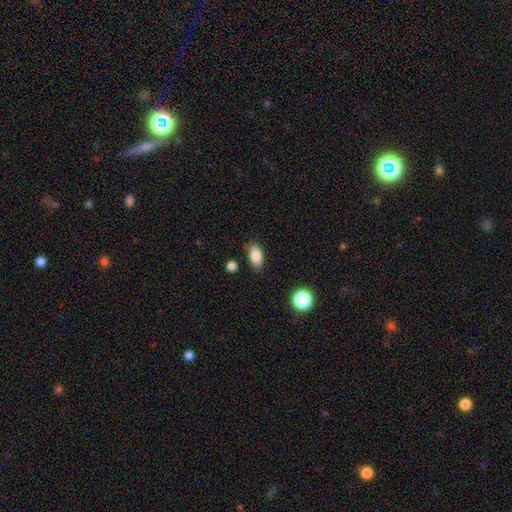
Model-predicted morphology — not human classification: smooth 84%, star or artifact 8%, featured or disk 8%. Down the decision tree: how rounded — in between (87%); merging — none (79%).